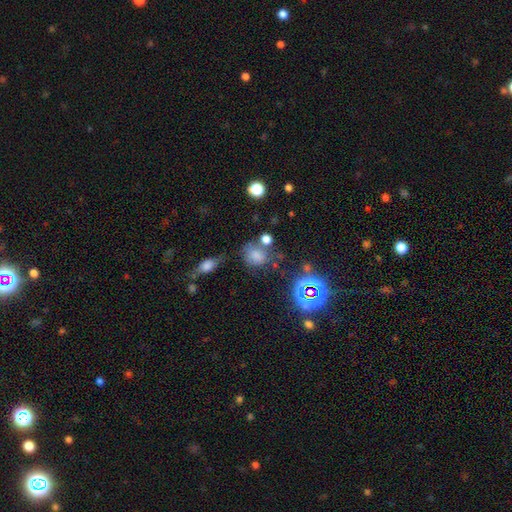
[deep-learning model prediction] smooth_or_featured: smooth (p=0.68) [alt: star or artifact p=0.21]
how_rounded: round (p=0.65) [alt: in between p=0.33]
merging: none (p=0.54) [alt: minor disturbance p=0.21]